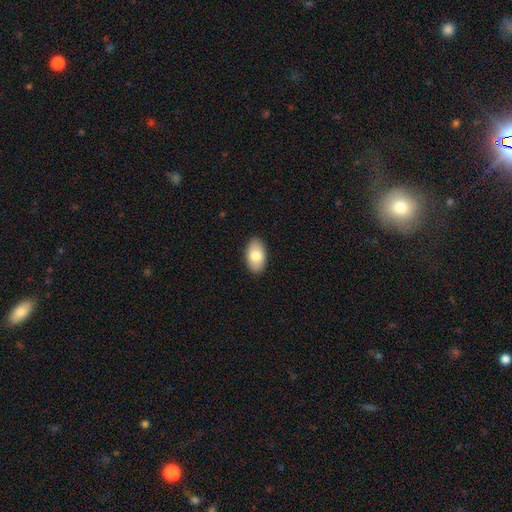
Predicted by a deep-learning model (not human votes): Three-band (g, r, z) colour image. It shows a smooth galaxy with no disk features (80%) that is in between round and cigar-shaped (94%). Merging: none (89%).